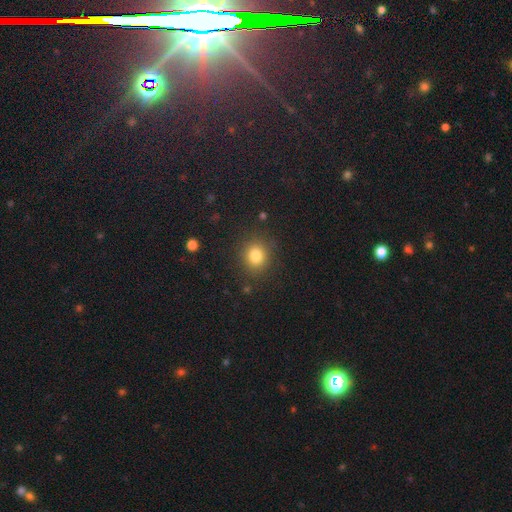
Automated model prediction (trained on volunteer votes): The model was most divided on "how rounded": round: 78%, in between: 21%, cigar-shaped: 1%. More confident: merging — none (86%); smooth or featured — smooth (81%).